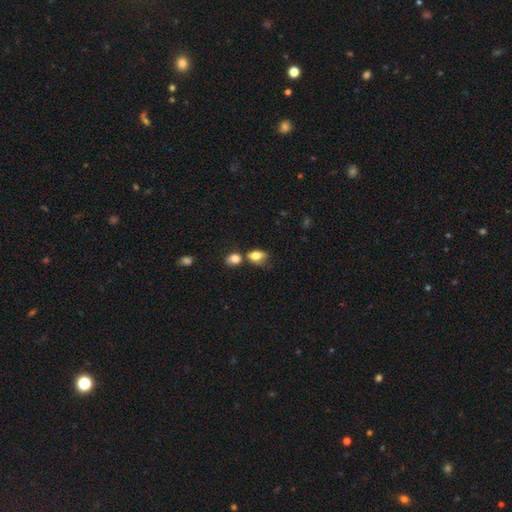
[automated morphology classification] Smooth or featured: smooth — 77% (featured or disk — 13%)
How rounded: in between — 76% (round — 21%)
Merging: merger — 38% (none — 32%)